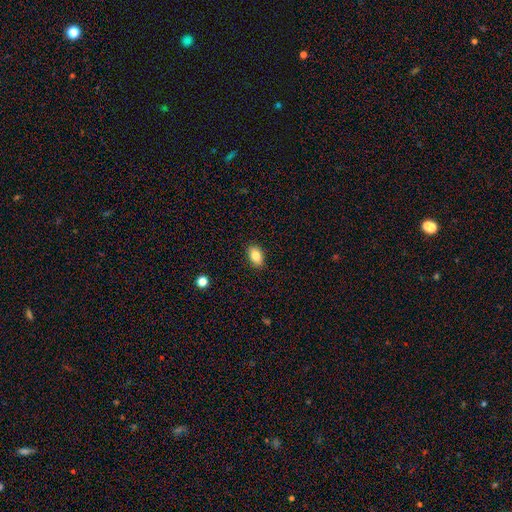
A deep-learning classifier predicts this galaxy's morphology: This appears to be a smooth galaxy with no disk features (83%) that is in between round and cigar-shaped (88%). Merging: none (88%).